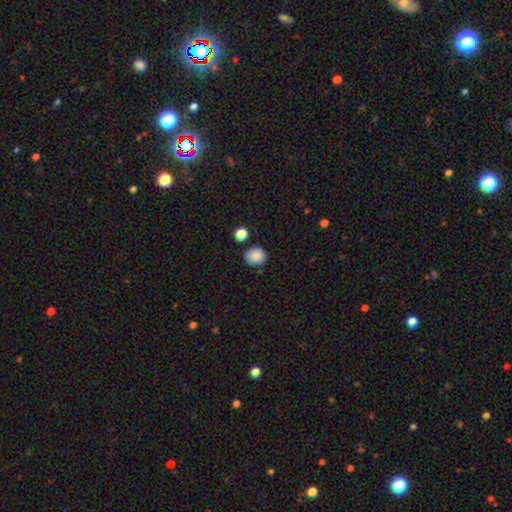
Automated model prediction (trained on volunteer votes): A smooth galaxy with no disk features (87%) that is round (75%).

Vote fractions:
- Smooth or featured? smooth: 87% / star or artifact: 9% / featured or disk: 4%
- How rounded? round: 75% / in between: 24% / cigar-shaped: 1%
- Merging? none: 83% / minor disturbance: 10% / merger: 4% / major disturbance: 3%